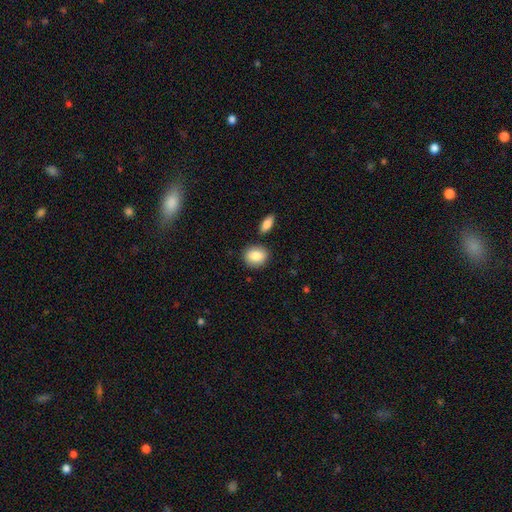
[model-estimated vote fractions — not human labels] This is clearly a smooth galaxy (86%). How rounded: likely round (61%). Merging: clearly none (82%).